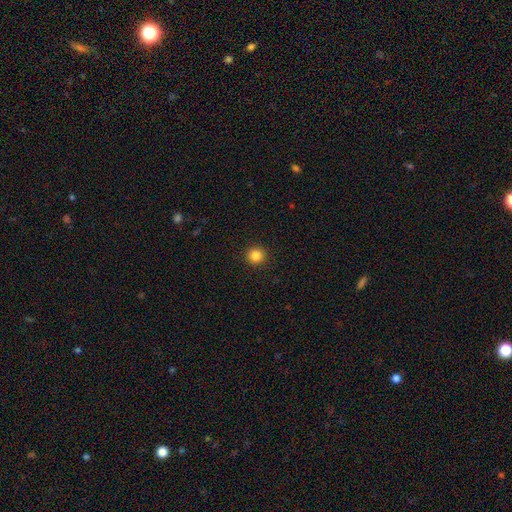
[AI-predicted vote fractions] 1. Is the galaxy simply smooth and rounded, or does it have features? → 84% smooth, 12% star or artifact, 4% featured or disk.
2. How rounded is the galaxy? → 95% round, 4% in between, 1% cigar-shaped.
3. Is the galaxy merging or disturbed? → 93% none, 4% minor disturbance, 2% major disturbance, 1% merger.